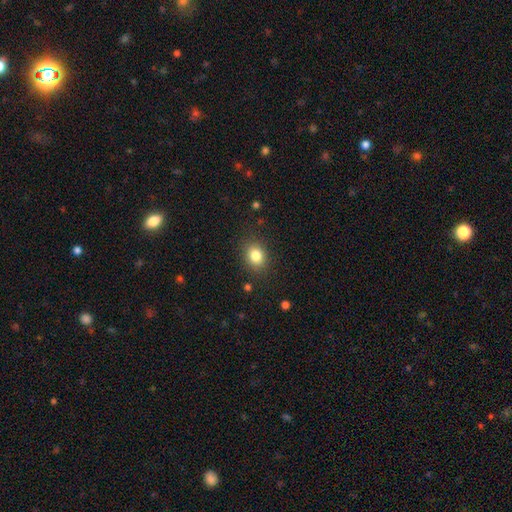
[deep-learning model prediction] The model was most divided on "how rounded": round: 55%, in between: 44%, cigar-shaped: 1%. More confident: merging — none (86%); smooth or featured — smooth (82%).